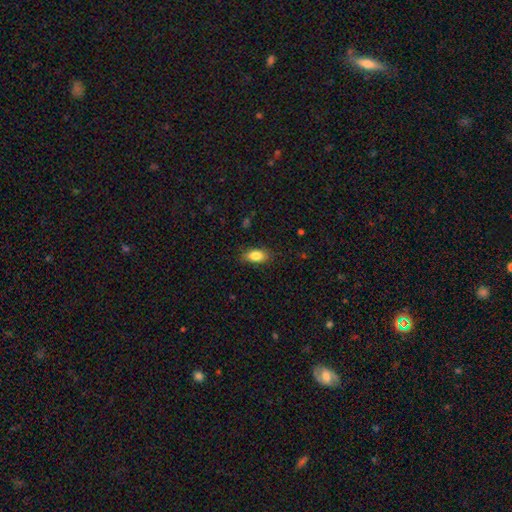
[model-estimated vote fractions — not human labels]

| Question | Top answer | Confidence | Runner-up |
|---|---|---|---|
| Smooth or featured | smooth | 85% | star or artifact (8%) |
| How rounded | in between | 89% | round (7%) |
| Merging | none | 85% | minor disturbance (12%) |